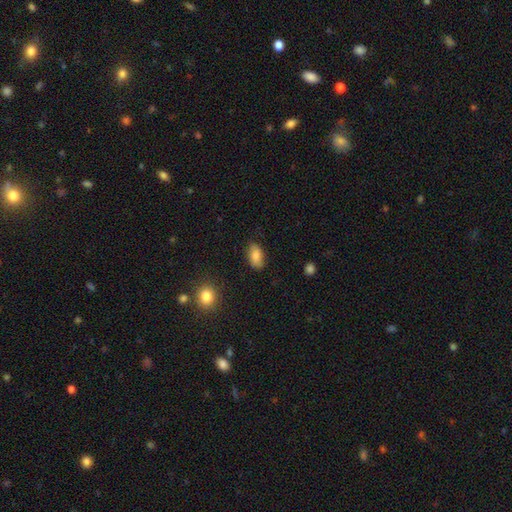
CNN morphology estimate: A smooth galaxy with no disk features (84%) that is in between round and cigar-shaped (91%). Merging: none (81%).